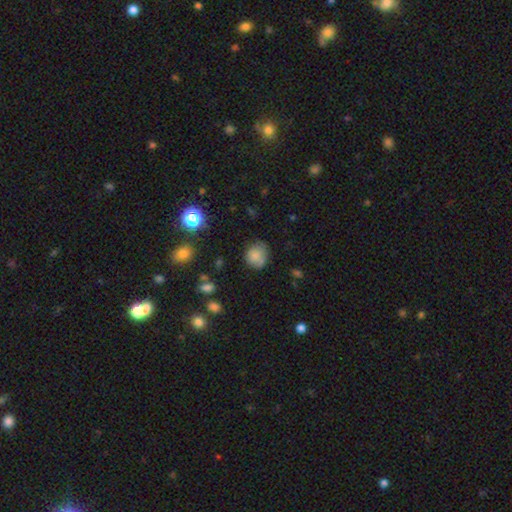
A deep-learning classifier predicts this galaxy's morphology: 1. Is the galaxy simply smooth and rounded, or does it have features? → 76% smooth, 12% featured or disk, 11% star or artifact.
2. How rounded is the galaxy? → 74% round, 25% in between, 1% cigar-shaped.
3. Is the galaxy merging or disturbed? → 61% none, 27% minor disturbance, 8% major disturbance, 4% merger.